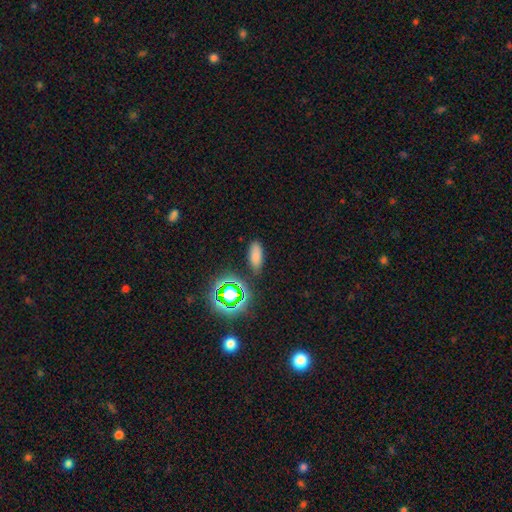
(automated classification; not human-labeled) Smooth or featured? smooth (72%)
How rounded? in between (82%)
Merging? none (82%)